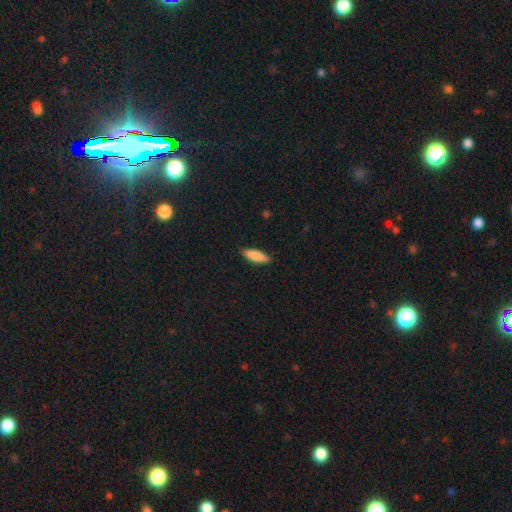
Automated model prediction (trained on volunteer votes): Smooth or featured? Predicted: smooth (p=0.87). How rounded? Predicted: in between (p=0.55). Merging? Predicted: none (p=0.88).